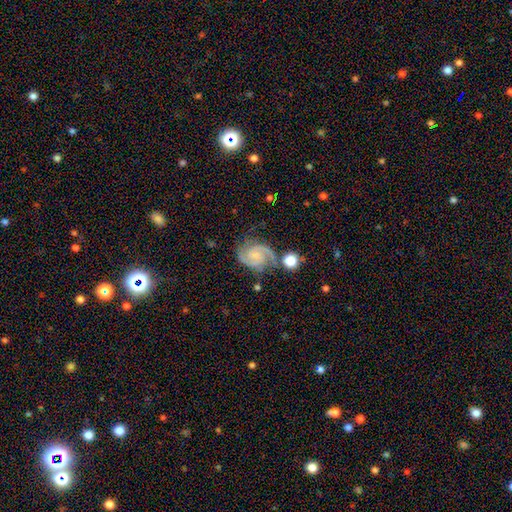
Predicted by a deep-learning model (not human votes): Overall: featured or disk (89%). Edge-on disk: no (98%). Bar: no (56%; weak 35%). Spiral arms: yes (98%). Spiral arm count: 2 (89%). Spiral winding: medium (50%; tight 41%). Bulge size: small (41%, tied with none). Merging: none (69%).